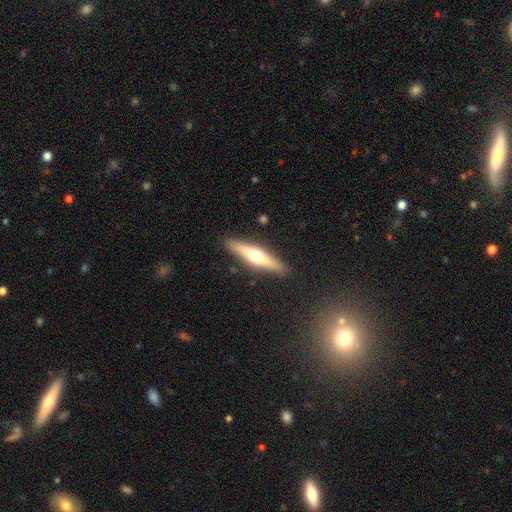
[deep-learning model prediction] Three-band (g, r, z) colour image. It shows a featured or disk galaxy (52%) viewed edge-on (92%). Merging: none (89%).